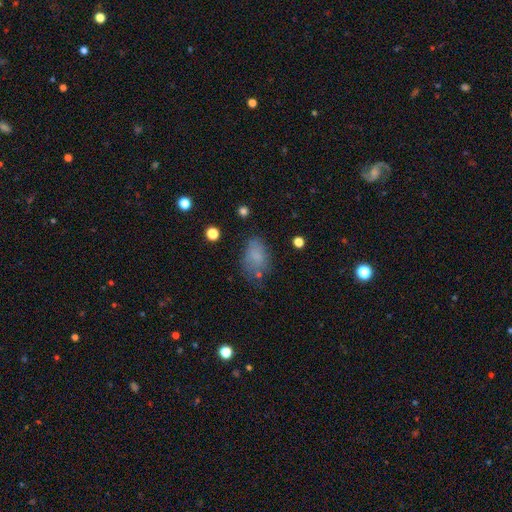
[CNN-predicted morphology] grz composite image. It shows a smooth galaxy with no disk features (74%) that is in between round and cigar-shaped (87%). Merging: none (51%).